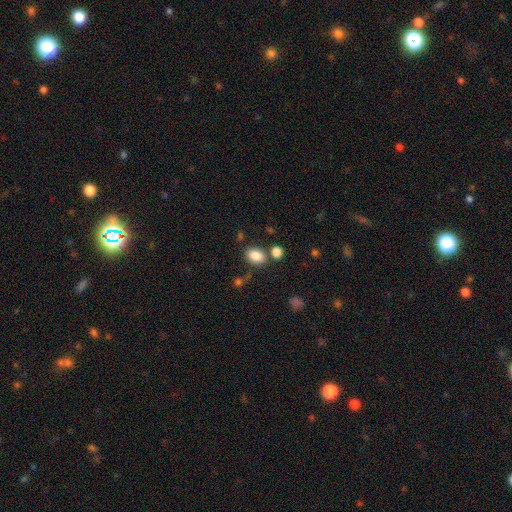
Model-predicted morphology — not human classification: smooth_or_featured: smooth (p=0.85) [alt: star or artifact p=0.09]
how_rounded: in between (p=0.76) [alt: round p=0.23]
merging: none (p=0.70) [alt: merger p=0.13]